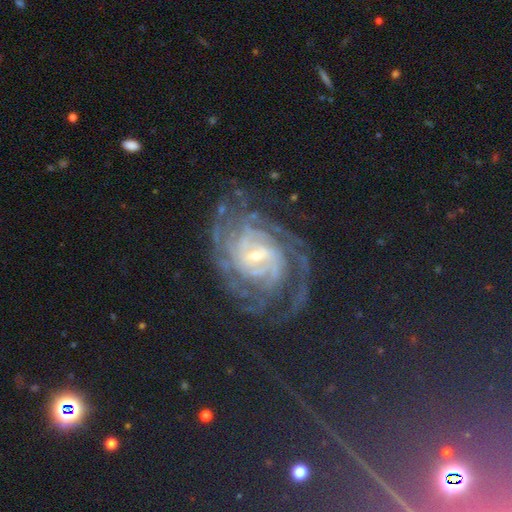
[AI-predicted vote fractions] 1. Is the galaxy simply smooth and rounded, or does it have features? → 89% featured or disk, 6% star or artifact, 5% smooth.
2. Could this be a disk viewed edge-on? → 97% no, 3% yes.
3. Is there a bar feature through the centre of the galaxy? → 51% weak, 26% no, 23% strong.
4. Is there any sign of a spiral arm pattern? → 98% yes, 2% no.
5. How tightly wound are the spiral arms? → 67% tight, 26% medium, 6% loose.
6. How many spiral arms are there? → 24% can't tell, 20% 4, 17% more than 4, 15% 2, 14% 3, 9% 1.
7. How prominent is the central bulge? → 73% small, 21% moderate, 2% large, 2% none, 1% dominant.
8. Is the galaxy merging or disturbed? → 72% none, 15% minor disturbance, 11% major disturbance, 2% merger.